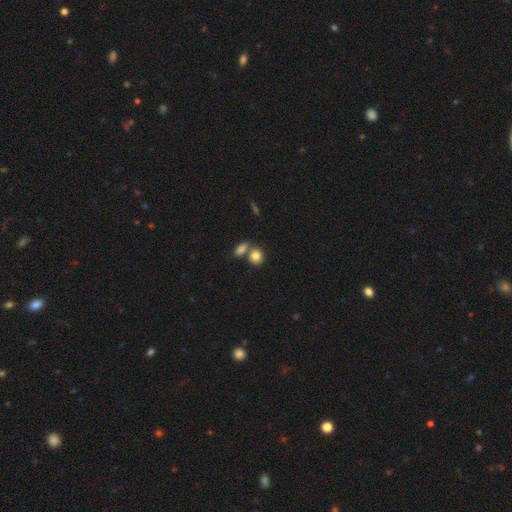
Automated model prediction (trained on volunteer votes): smooth-or-featured: smooth: 84% | star or artifact: 9% | featured or disk: 8%
  how-rounded: round: 67% | in between: 32% | cigar-shaped: 2%
  merging: none: 50% | merger: 37% | minor disturbance: 9% | major disturbance: 3%